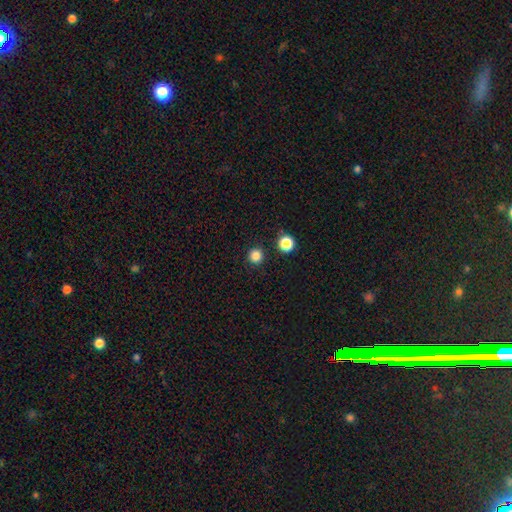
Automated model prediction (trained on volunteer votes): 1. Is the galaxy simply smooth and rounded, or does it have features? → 84% smooth, 13% star or artifact, 3% featured or disk.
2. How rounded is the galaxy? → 95% round, 4% in between, 1% cigar-shaped.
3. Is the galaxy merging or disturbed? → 91% none, 5% minor disturbance, 2% merger, 2% major disturbance.